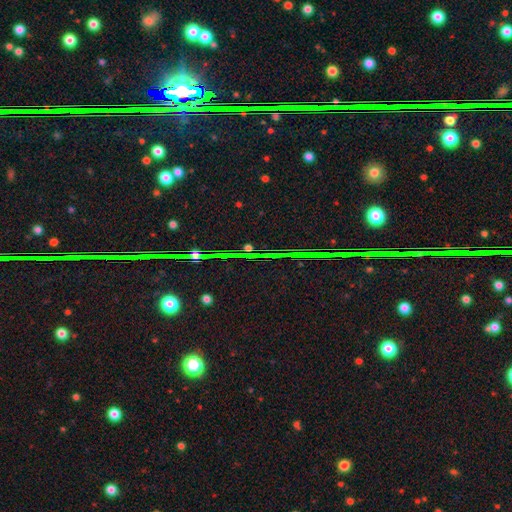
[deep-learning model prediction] smooth_or_featured: star or artifact (p=0.79) [alt: smooth p=0.11]